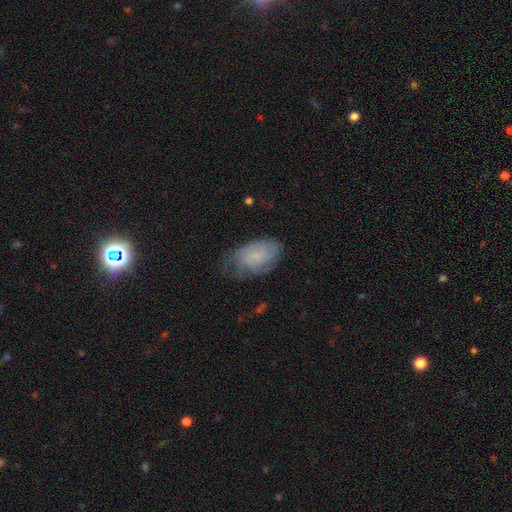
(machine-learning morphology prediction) Smooth or featured: smooth — 53% (featured or disk — 38%)
How rounded: in between — 91% (round — 7%)
Merging: none — 51% (minor disturbance — 33%)